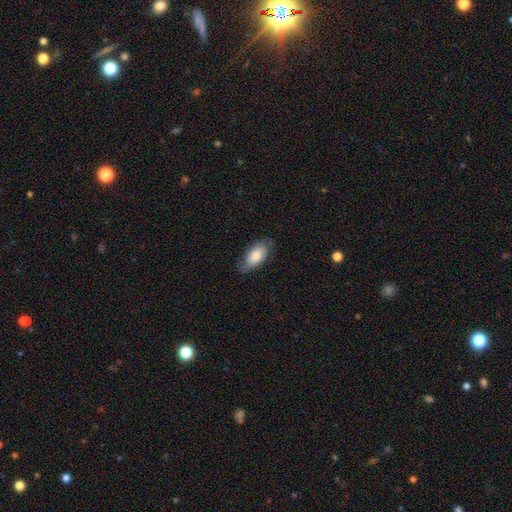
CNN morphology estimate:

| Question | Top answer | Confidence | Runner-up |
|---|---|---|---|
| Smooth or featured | smooth | 68% | featured or disk (25%) |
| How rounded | in between | 92% | cigar-shaped (5%) |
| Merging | none | 70% | minor disturbance (23%) |